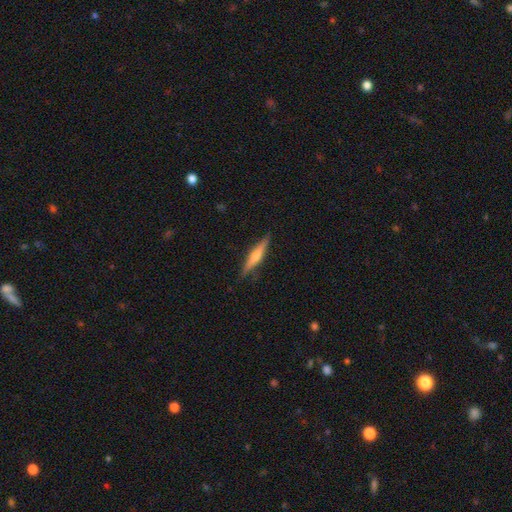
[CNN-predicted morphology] smooth-or-featured: featured or disk: 61% | smooth: 33% | star or artifact: 6%
  disk-edge-on: yes: 97% | no: 3%
    edge-on-bulge: rounded: 79% | none: 11% | boxy: 10%
  merging: none: 88% | minor disturbance: 9% | major disturbance: 2% | merger: 1%